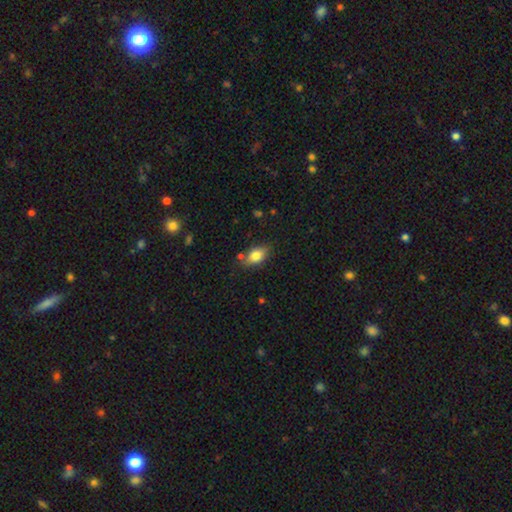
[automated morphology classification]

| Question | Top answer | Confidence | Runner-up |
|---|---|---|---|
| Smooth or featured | smooth | 79% | featured or disk (13%) |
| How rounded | in between | 84% | round (12%) |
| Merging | none | 75% | minor disturbance (17%) |